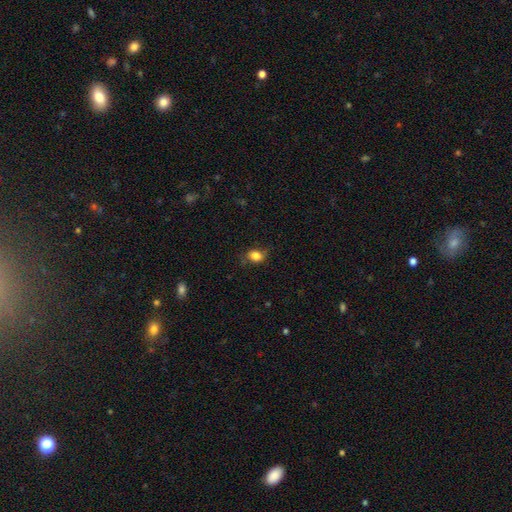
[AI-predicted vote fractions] Smooth or featured? Predicted: smooth (p=0.82). How rounded? Predicted: in between (p=0.56). Merging? Predicted: none (p=0.67).